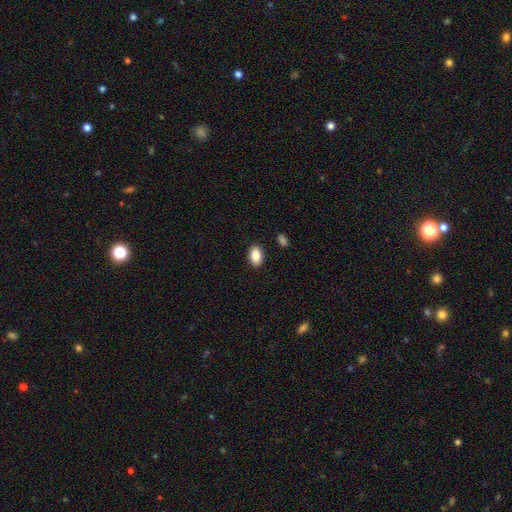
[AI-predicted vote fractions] Smooth or featured? Predicted: smooth (p=0.87). How rounded? Predicted: in between (p=0.91). Merging? Predicted: none (p=0.89).